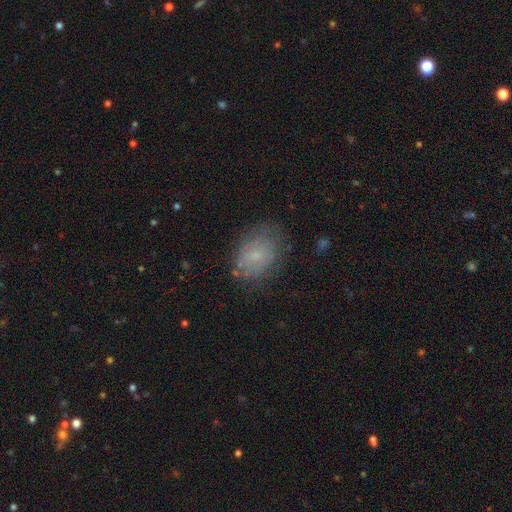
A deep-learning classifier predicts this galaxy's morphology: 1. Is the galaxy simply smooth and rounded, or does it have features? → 65% smooth, 24% featured or disk, 11% star or artifact.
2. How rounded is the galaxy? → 71% in between, 28% round, 1% cigar-shaped.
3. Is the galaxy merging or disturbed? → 66% none, 23% minor disturbance, 9% major disturbance, 2% merger.